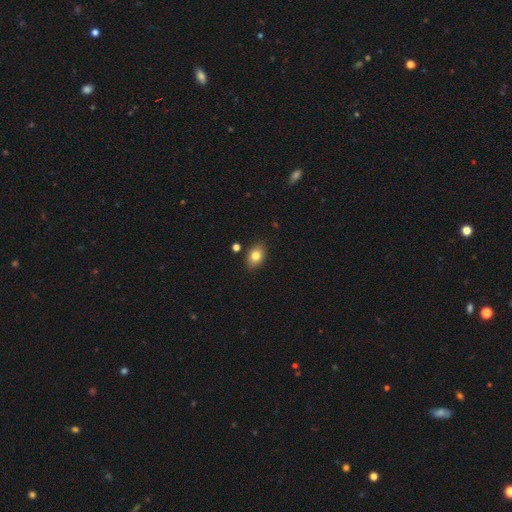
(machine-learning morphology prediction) smooth_or_featured: smooth (p=0.81) [alt: featured or disk p=0.10]
how_rounded: in between (p=0.73) [alt: round p=0.26]
merging: none (p=0.84) [alt: minor disturbance p=0.10]